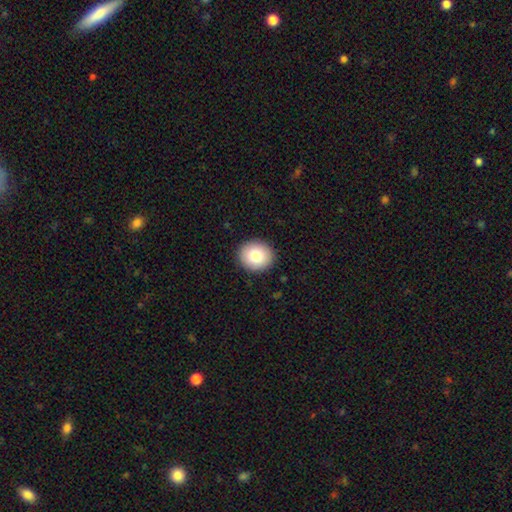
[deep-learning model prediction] Morphology: type=smooth (80%); roundness=round (82%); merging=none (91%).